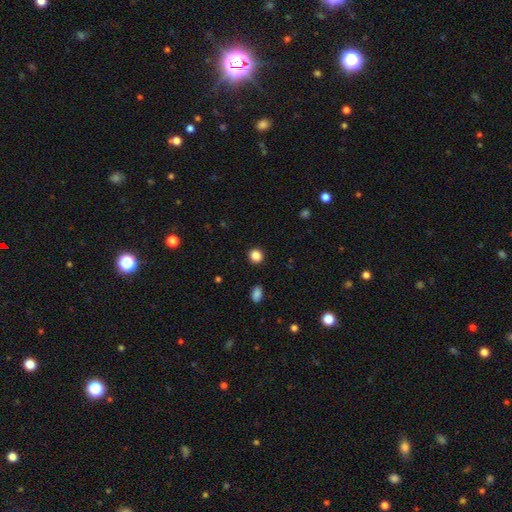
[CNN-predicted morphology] Q: Smooth or featured?
A: smooth (86%); runner-up: star or artifact (11%)
Q: How rounded?
A: round (85%); runner-up: in between (14%)
Q: Merging?
A: none (91%); runner-up: minor disturbance (5%)